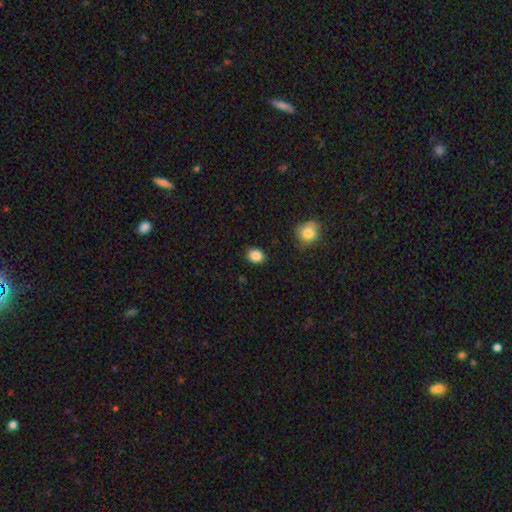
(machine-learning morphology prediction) The model was most divided on "how rounded": round: 51%, in between: 48%, cigar-shaped: 1%. More confident: merging — none (88%); smooth or featured — smooth (87%).